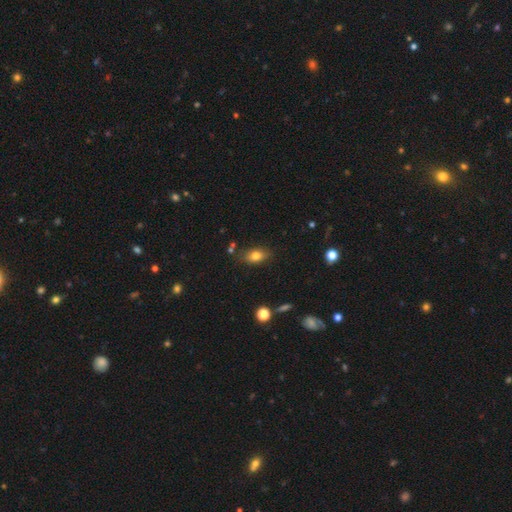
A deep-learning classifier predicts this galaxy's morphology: The model was most divided on "smooth or featured": smooth: 77%, featured or disk: 12%, star or artifact: 10%. More confident: how rounded — in between (83%); merging — none (79%).